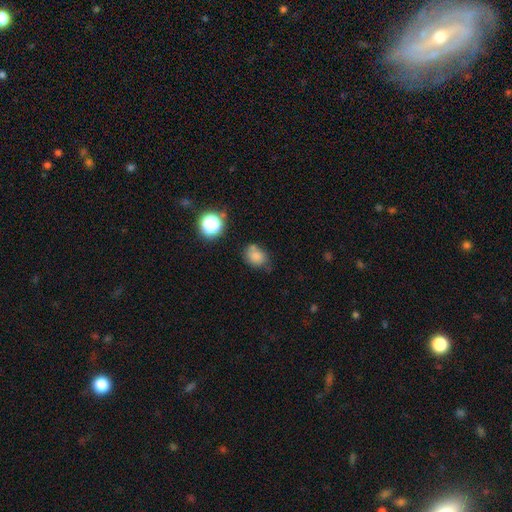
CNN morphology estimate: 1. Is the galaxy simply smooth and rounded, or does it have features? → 79% smooth, 13% star or artifact, 8% featured or disk.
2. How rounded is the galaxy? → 51% in between, 48% round, 1% cigar-shaped.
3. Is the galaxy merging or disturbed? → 59% none, 23% minor disturbance, 12% merger, 6% major disturbance.